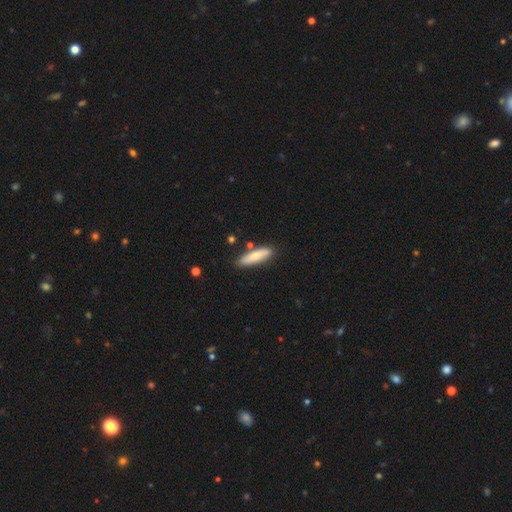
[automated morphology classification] This appears to be a smooth galaxy with no disk features (73%) that is cigar-shaped (68%). Merging: none (82%).